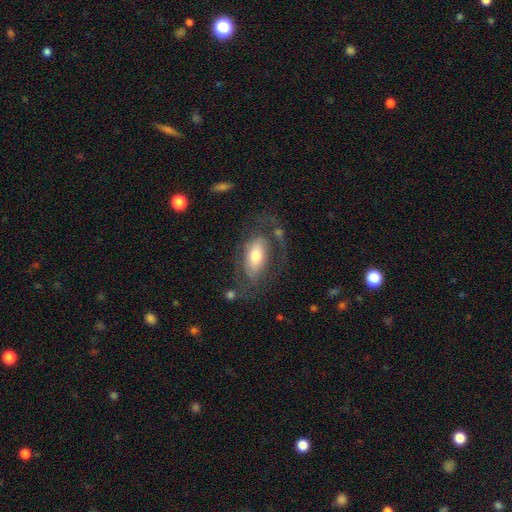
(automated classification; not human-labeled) Smooth or featured: featured or disk — 52% (smooth — 41%)
Edge-on disk: no — 90% (yes — 10%)
Merging: none — 50% (major disturbance — 27%)